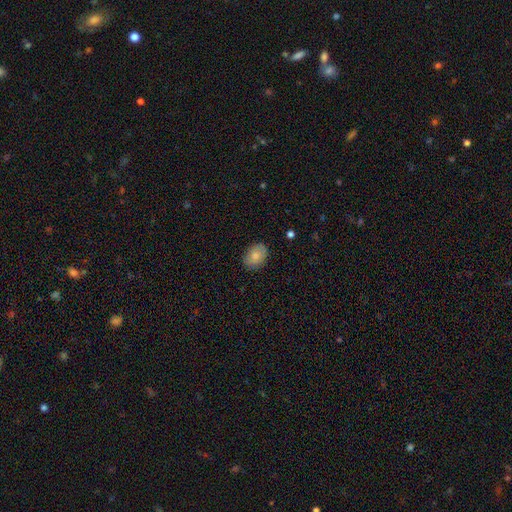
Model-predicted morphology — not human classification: Smooth or featured? Predicted: smooth (p=0.82). How rounded? Predicted: in between (p=0.75). Merging? Predicted: none (p=0.83).